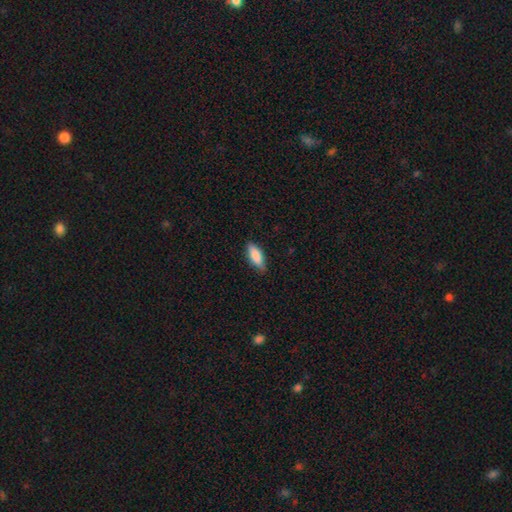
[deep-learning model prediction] A smooth galaxy with no disk features (83%) that is in between round and cigar-shaped (68%).

Vote fractions:
- Smooth or featured? smooth: 83% / featured or disk: 11% / star or artifact: 6%
- How rounded? in between: 68% / cigar-shaped: 30% / round: 2%
- Merging? none: 83% / minor disturbance: 13% / major disturbance: 2% / merger: 1%